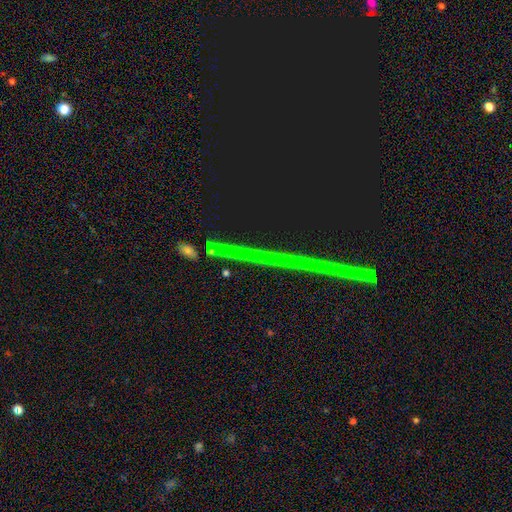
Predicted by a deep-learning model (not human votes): Smooth or featured? Predicted: star or artifact (p=0.70).